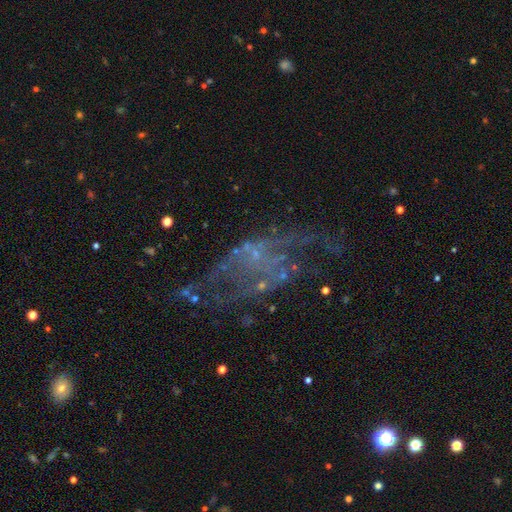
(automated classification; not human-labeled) Overall: featured or disk (69%). Edge-on disk: no (95%). Bar: no (85%). Spiral arms: no (62%; yes 38%). Bulge size: none (67%). Merging: none (40%; major disturbance 36%).